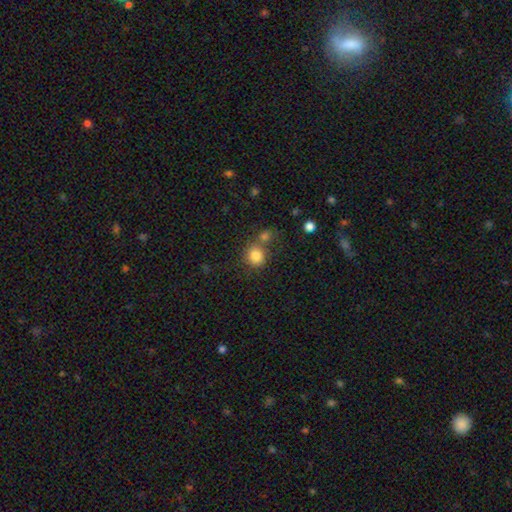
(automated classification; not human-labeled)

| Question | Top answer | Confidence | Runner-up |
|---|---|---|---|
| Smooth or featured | smooth | 83% | star or artifact (11%) |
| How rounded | round | 83% | in between (16%) |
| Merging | none | 61% | merger (24%) |